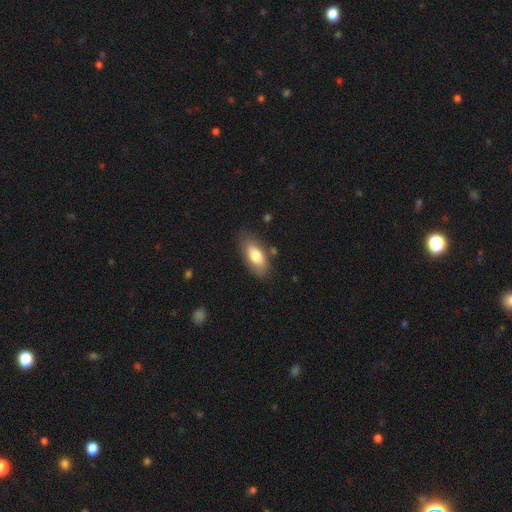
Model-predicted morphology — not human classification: Q: Smooth or featured?
A: smooth (76%); runner-up: featured or disk (18%)
Q: How rounded?
A: in between (88%); runner-up: cigar-shaped (9%)
Q: Merging?
A: none (79%); runner-up: minor disturbance (15%)